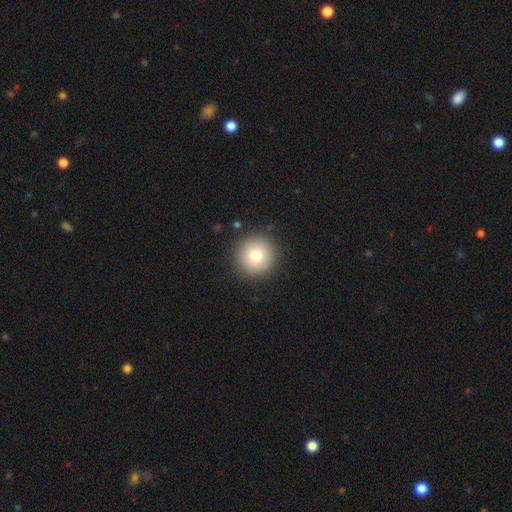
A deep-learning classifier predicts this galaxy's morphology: This appears to be a smooth galaxy with no disk features (77%) that is round (96%). Merging: none (91%).